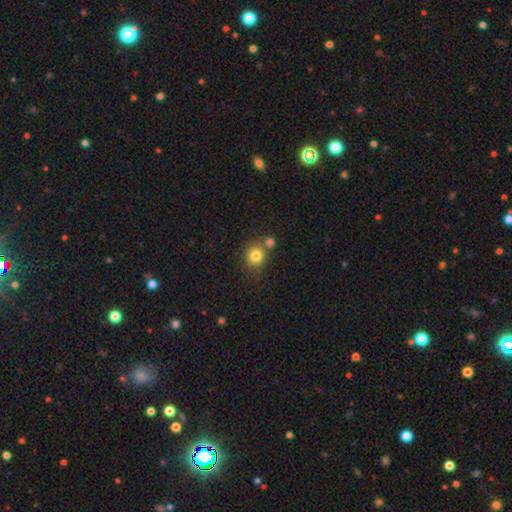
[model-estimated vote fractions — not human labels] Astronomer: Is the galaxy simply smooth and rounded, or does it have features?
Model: smooth — 81%.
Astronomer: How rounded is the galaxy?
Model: round — 86%.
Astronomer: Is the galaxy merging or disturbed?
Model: none — 62%.